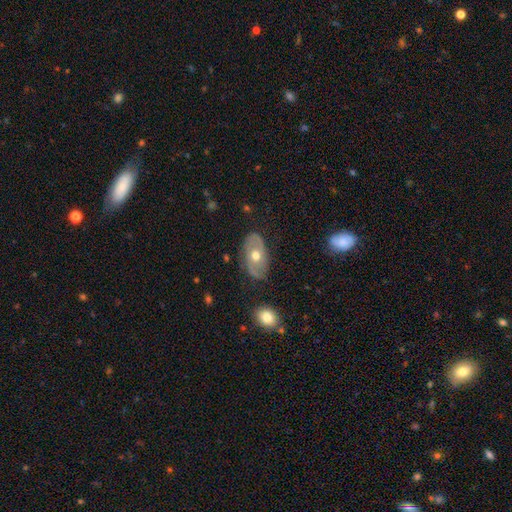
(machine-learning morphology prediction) A featured or disk galaxy (61%) with no bar (81%), spiral arms (62%) and a moderate central bulge (79%).

Vote fractions:
- Smooth or featured? featured or disk: 61% / smooth: 32% / star or artifact: 7%
- Edge-on disk? no: 92% / yes: 8%
- Bar? no: 81% / weak: 15% / strong: 4%
- Spiral arms? yes: 62% / no: 38%
- Bulge size? moderate: 79% / small: 14% / large: 6% / dominant: 1% / none: 1%
- Merging? none: 76% / minor disturbance: 17% / major disturbance: 5% / merger: 2%